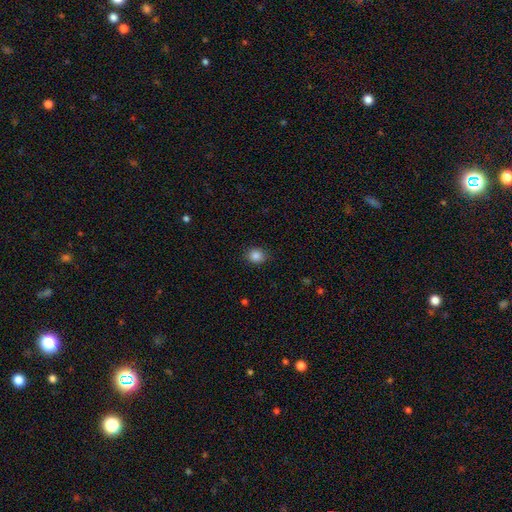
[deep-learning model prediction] smooth-or-featured: smooth: 86% | star or artifact: 10% | featured or disk: 4%
  how-rounded: round: 74% | in between: 25% | cigar-shaped: 1%
  merging: none: 87% | minor disturbance: 10% | major disturbance: 2% | merger: 1%